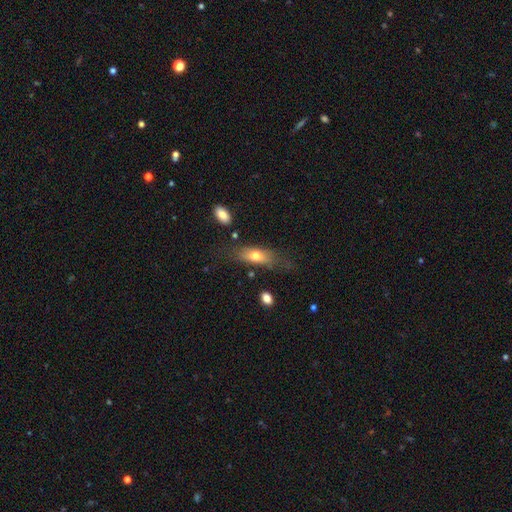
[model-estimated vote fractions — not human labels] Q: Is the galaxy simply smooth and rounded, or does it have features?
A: smooth — 69%.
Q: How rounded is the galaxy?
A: in between — 70%.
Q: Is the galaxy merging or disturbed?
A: none — 56%.